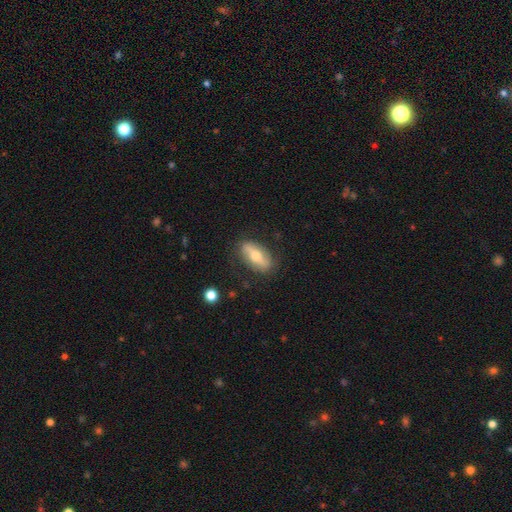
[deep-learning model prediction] Smooth or featured? Predicted: featured or disk (p=0.50). Merging? Predicted: none (p=0.83).